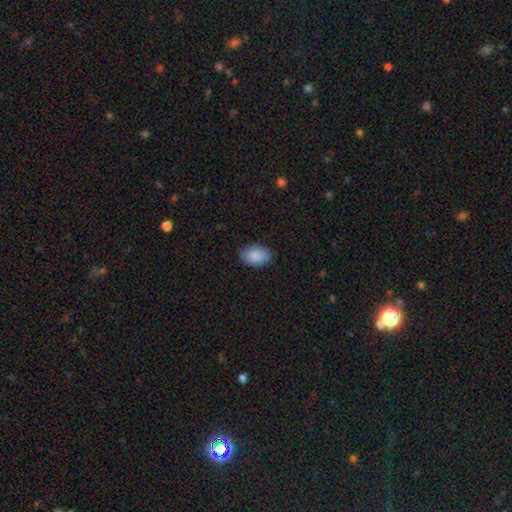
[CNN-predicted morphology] A smooth galaxy with no disk features (89%) that is in between round and cigar-shaped (87%).

Vote fractions:
- Smooth or featured? smooth: 89% / star or artifact: 6% / featured or disk: 5%
- How rounded? in between: 87% / round: 12% / cigar-shaped: 1%
- Merging? none: 82% / minor disturbance: 15% / major disturbance: 3% / merger: 1%